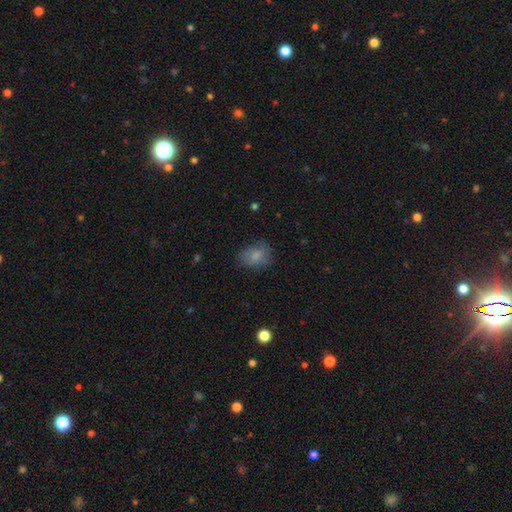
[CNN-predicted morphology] A smooth galaxy with no disk features (79%) that is in between round and cigar-shaped (63%).

Vote fractions:
- Smooth or featured? smooth: 79% / featured or disk: 11% / star or artifact: 9%
- How rounded? in between: 63% / round: 35% / cigar-shaped: 1%
- Merging? none: 66% / minor disturbance: 23% / major disturbance: 9% / merger: 1%